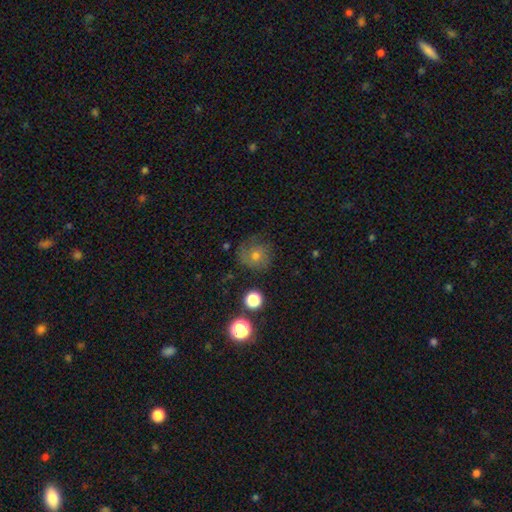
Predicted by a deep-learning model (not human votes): The model was most divided on "smooth or featured": smooth: 51%, featured or disk: 32%, star or artifact: 17%. More confident: how rounded — round (86%); merging — none (69%).